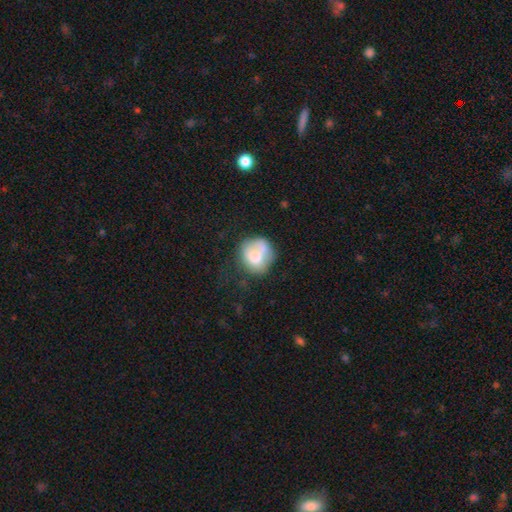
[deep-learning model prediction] smooth 68%, featured or disk 24%, star or artifact 8%. Down the decision tree: how rounded — round (78%); merging — none (43%).